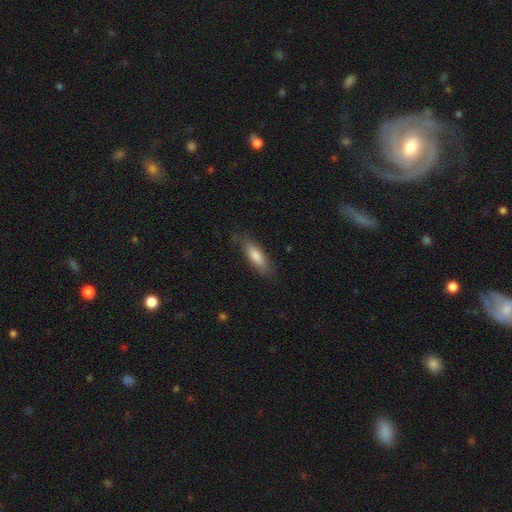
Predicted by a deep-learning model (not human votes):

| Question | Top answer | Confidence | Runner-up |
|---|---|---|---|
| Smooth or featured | smooth | 75% | featured or disk (18%) |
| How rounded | cigar-shaped | 52% | in between (47%) |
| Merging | none | 79% | minor disturbance (16%) |